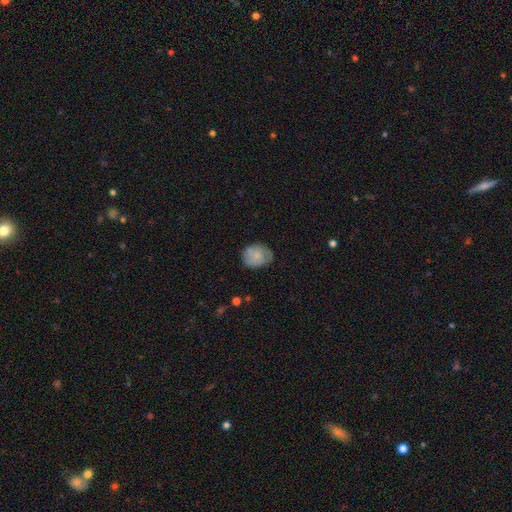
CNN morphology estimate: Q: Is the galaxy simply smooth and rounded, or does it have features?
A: smooth — 64%.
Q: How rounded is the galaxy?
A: in between — 51%.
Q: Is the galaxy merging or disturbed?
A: none — 66%.